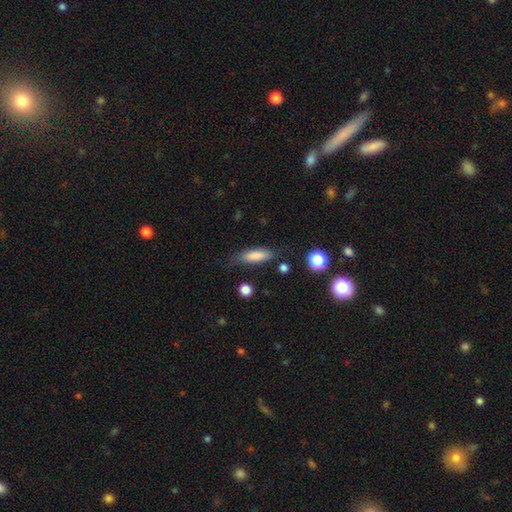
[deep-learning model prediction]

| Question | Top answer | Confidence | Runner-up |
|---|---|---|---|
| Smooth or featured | smooth | 81% | featured or disk (11%) |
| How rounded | cigar-shaped | 52% | in between (45%) |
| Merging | none | 72% | minor disturbance (19%) |